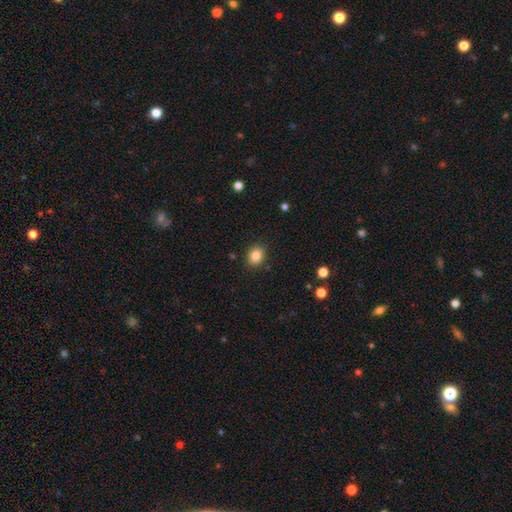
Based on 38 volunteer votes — Overall: smooth (84%). How rounded: round (59%; in between 41%). Merging: none (83%).